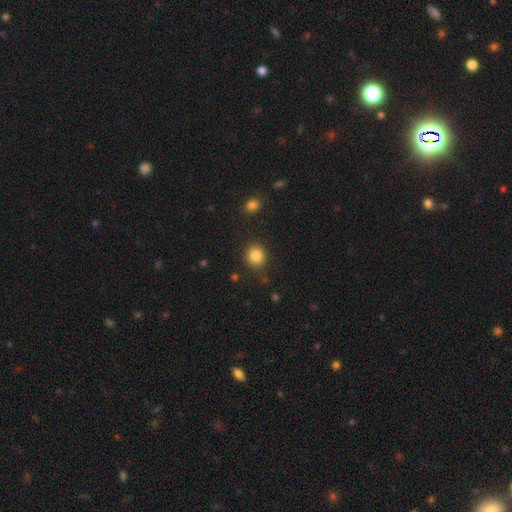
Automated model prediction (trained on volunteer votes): A smooth galaxy with no disk features (84%) that is round (86%).

Vote fractions:
- Smooth or featured? smooth: 84% / star or artifact: 10% / featured or disk: 5%
- How rounded? round: 86% / in between: 13% / cigar-shaped: 1%
- Merging? none: 86% / minor disturbance: 9% / major disturbance: 3% / merger: 2%